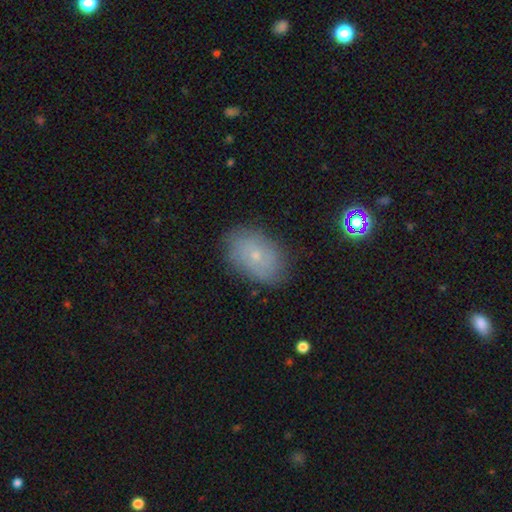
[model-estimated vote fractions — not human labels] A smooth galaxy with no disk features (55%) that is in between round and cigar-shaped (86%).

Vote fractions:
- Smooth or featured? smooth: 55% / featured or disk: 33% / star or artifact: 13%
- How rounded? in between: 86% / round: 13% / cigar-shaped: 2%
- Merging? none: 81% / minor disturbance: 14% / major disturbance: 4% / merger: 1%